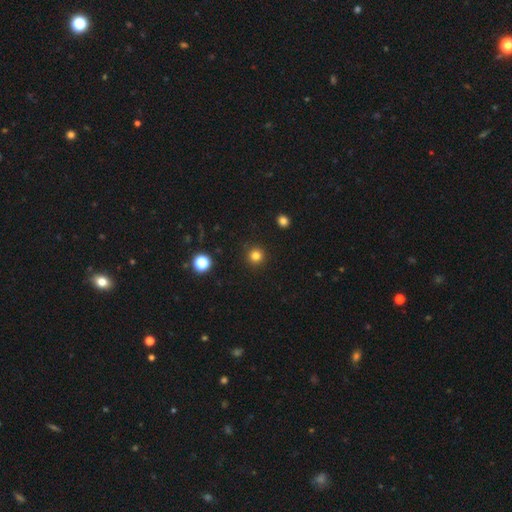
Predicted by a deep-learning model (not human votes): Smooth or featured? smooth (81%)
How rounded? round (95%)
Merging? none (92%)